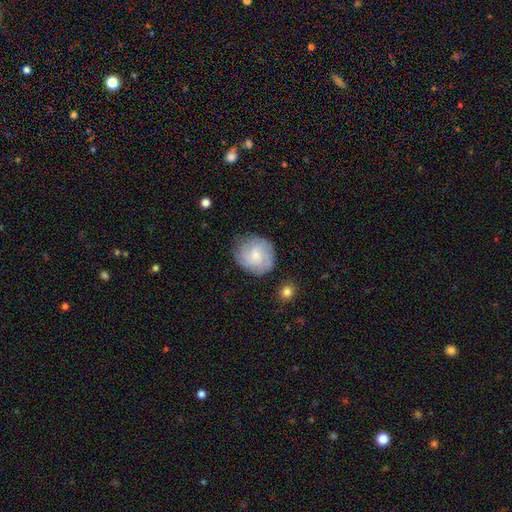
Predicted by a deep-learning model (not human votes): smooth-or-featured: featured or disk: 53% | smooth: 40% | star or artifact: 7%
  disk-edge-on: no: 98% | yes: 2%
    bar: no: 70% | weak: 27% | strong: 3%
    has-spiral-arms: yes: 89% | no: 11%
    bulge-size: small: 61% | moderate: 30% | none: 5% | large: 3% | dominant: 1%
  merging: none: 78% | minor disturbance: 15% | major disturbance: 5% | merger: 2%